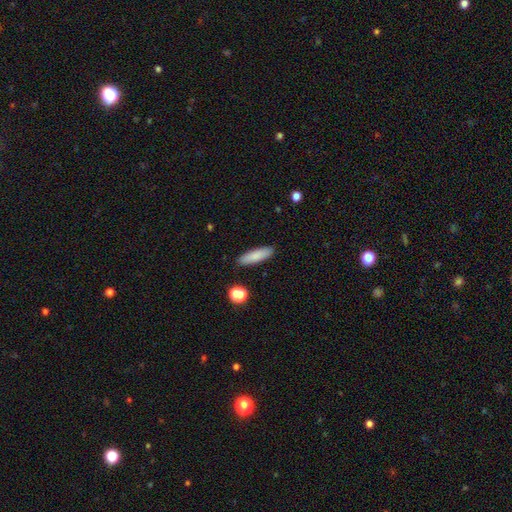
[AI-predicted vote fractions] Smooth or featured?
  - smooth: 83% *
  - featured or disk: 10%
  - star or artifact: 7%
How rounded?
  - cigar-shaped: 65% *
  - in between: 33%
  - round: 2%
Merging?
  - none: 89% *
  - minor disturbance: 7%
  - merger: 2%
  - major disturbance: 2%